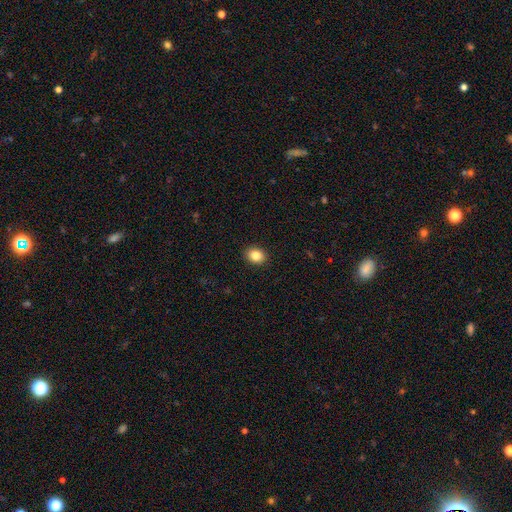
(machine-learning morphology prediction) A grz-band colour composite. It shows a smooth galaxy with no disk features (85%) that is in between round and cigar-shaped (50%). Merging: none (91%).